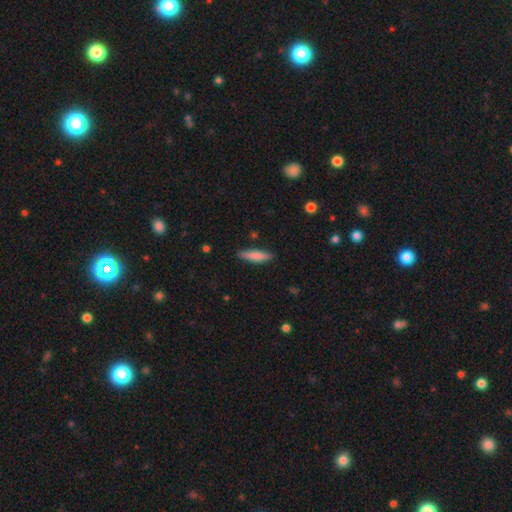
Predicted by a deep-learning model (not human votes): This appears to be a smooth galaxy with no disk features (78%) that is cigar-shaped (79%). Merging: none (86%).